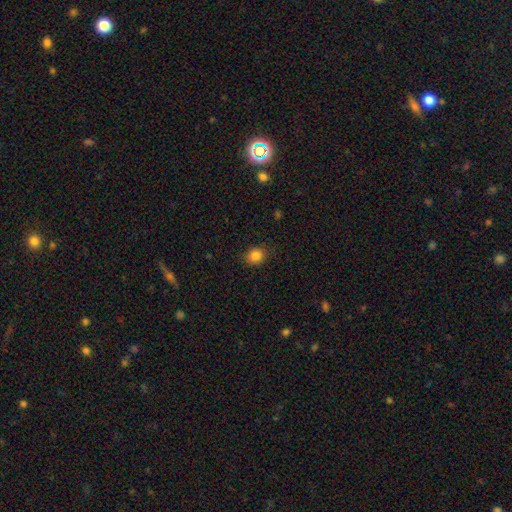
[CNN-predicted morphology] The model was most divided on "how rounded": round: 66%, in between: 33%, cigar-shaped: 1%. More confident: merging — none (85%); smooth or featured — smooth (85%).